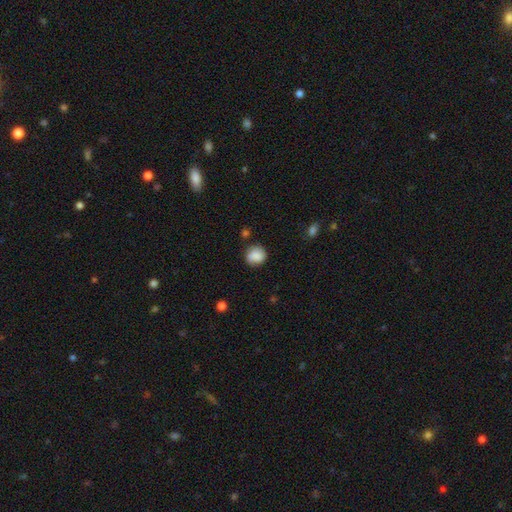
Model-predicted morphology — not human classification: Smooth or featured: smooth — 80% (featured or disk — 11%)
How rounded: round — 85% (in between — 14%)
Merging: none — 76% (minor disturbance — 17%)